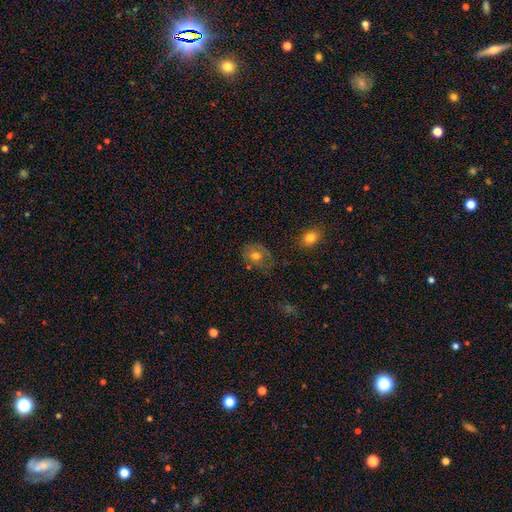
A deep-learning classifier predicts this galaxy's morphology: The model was most divided on "how rounded": round: 57%, in between: 42%, cigar-shaped: 1%. More confident: smooth or featured — smooth (66%); merging — none (56%).